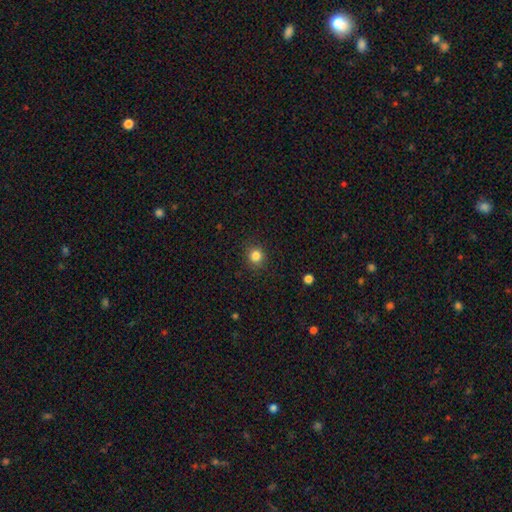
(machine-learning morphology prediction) Q: Smooth or featured?
A: smooth (83%); runner-up: star or artifact (12%)
Q: How rounded?
A: round (87%); runner-up: in between (13%)
Q: Merging?
A: none (89%); runner-up: minor disturbance (8%)